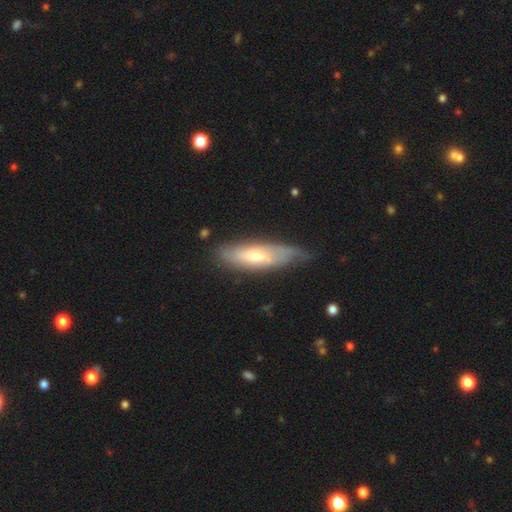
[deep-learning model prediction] This appears to be a smooth galaxy with no disk features (50%). Merging: none (52%).